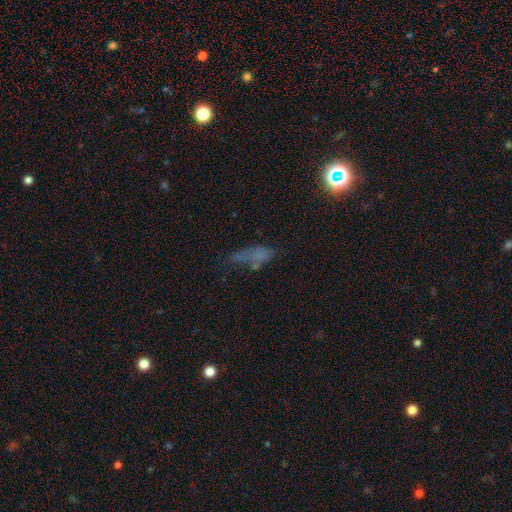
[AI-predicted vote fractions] Smooth or featured? Predicted: smooth (p=0.47). Merging? Predicted: none (p=0.42).